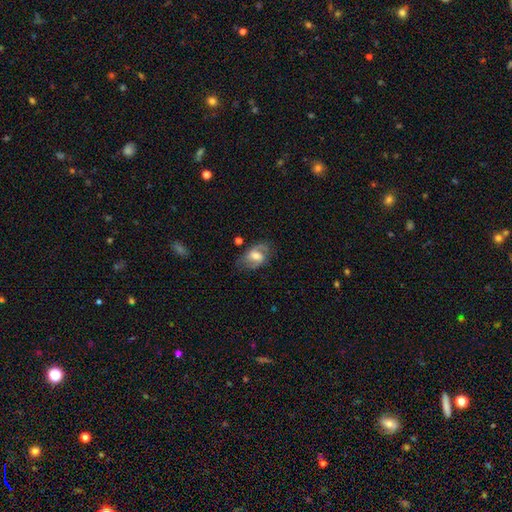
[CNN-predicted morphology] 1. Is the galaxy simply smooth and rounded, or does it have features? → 69% featured or disk, 24% smooth, 7% star or artifact.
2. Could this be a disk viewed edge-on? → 96% no, 4% yes.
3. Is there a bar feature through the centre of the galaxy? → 51% weak, 28% no, 21% strong.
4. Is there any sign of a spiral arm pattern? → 87% yes, 13% no.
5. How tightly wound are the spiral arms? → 51% medium, 27% loose, 23% tight.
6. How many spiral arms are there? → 84% 2, 8% can't tell, 5% 1, 2% 3, 1% 4, 1% more than 4.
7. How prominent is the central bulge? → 58% moderate, 23% small, 14% large, 4% none, 1% dominant.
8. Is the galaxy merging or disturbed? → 70% none, 20% minor disturbance, 8% major disturbance, 2% merger.